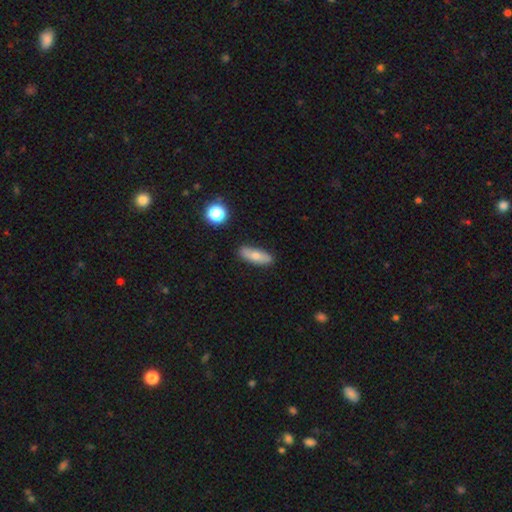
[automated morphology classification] Smooth or featured: smooth — 71% (featured or disk — 22%)
How rounded: in between — 59% (cigar-shaped — 38%)
Merging: none — 86% (minor disturbance — 10%)